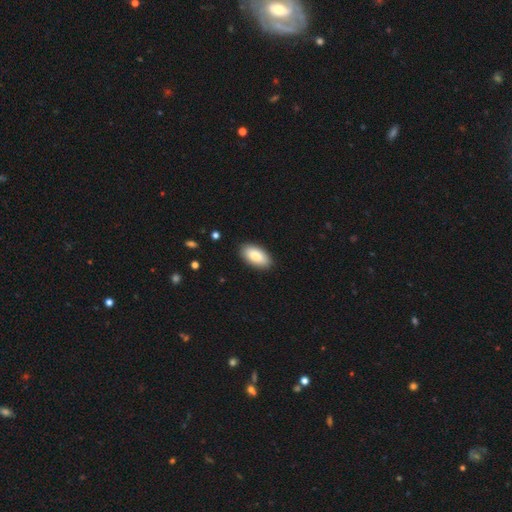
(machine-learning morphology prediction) Smooth or featured? smooth (86%)
How rounded? in between (95%)
Merging? none (89%)